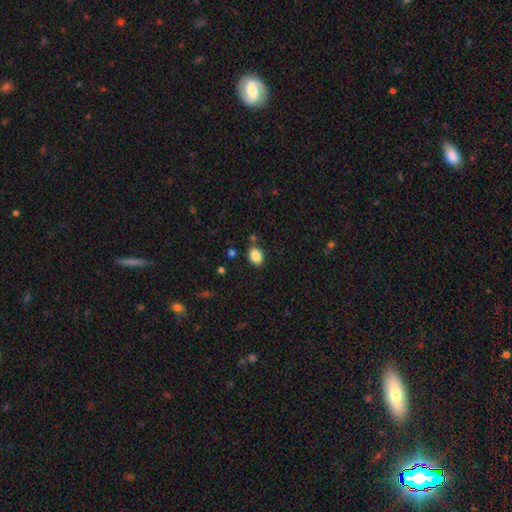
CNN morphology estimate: smooth 86%, star or artifact 9%, featured or disk 5%. Down the decision tree: how rounded — in between (69%); merging — none (82%).